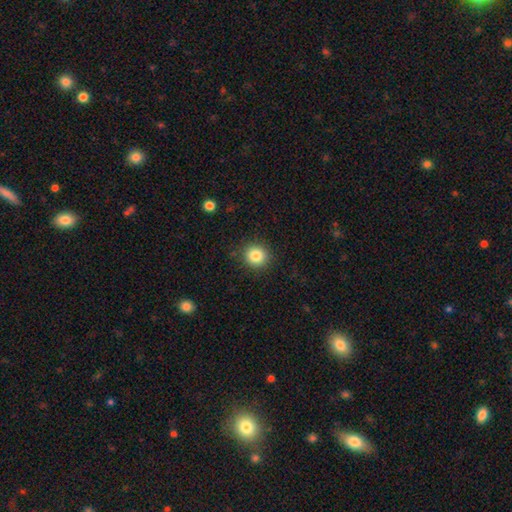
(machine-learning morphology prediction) A smooth galaxy with no disk features (84%) that is round (90%).

Vote fractions:
- Smooth or featured? smooth: 84% / star or artifact: 10% / featured or disk: 5%
- How rounded? round: 90% / in between: 9% / cigar-shaped: 1%
- Merging? none: 90% / minor disturbance: 7% / major disturbance: 2% / merger: 1%